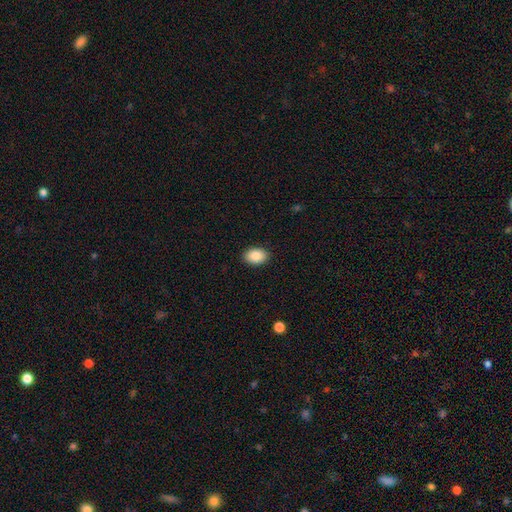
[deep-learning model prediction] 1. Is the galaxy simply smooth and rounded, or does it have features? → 88% smooth, 7% star or artifact, 5% featured or disk.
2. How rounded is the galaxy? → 85% in between, 14% round, 1% cigar-shaped.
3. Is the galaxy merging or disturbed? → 90% none, 7% minor disturbance, 2% major disturbance, 1% merger.